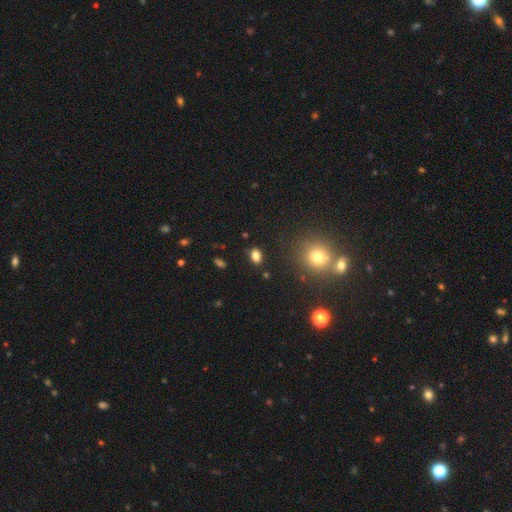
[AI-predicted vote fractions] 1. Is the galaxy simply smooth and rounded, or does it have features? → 81% smooth, 13% star or artifact, 5% featured or disk.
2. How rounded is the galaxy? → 82% in between, 16% round, 2% cigar-shaped.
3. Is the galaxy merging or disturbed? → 83% none, 11% minor disturbance, 3% major disturbance, 3% merger.